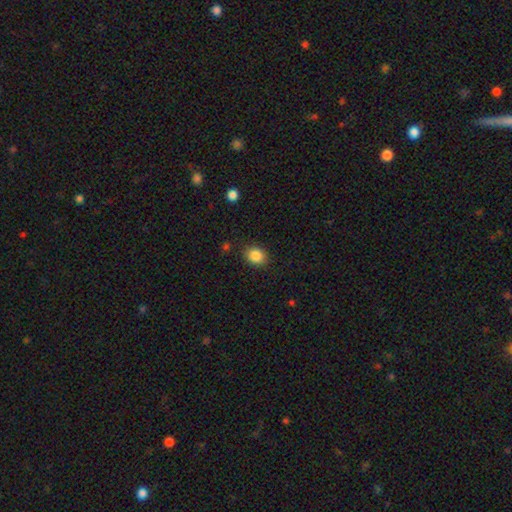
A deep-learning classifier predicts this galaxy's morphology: Smooth or featured? smooth (86%)
How rounded? round (54%)
Merging? none (86%)